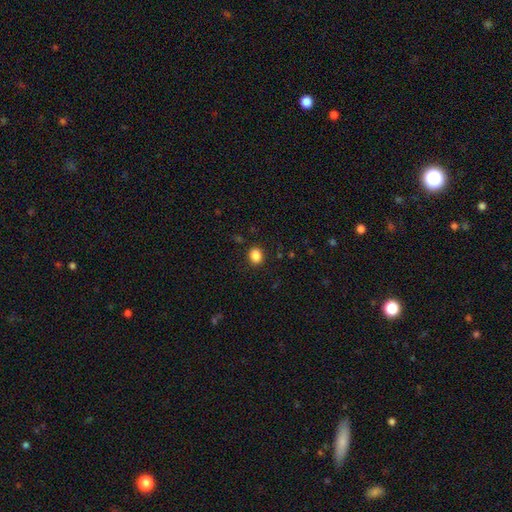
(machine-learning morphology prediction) Smooth or featured: smooth — 86% (star or artifact — 10%)
How rounded: round — 60% (in between — 39%)
Merging: none — 88% (minor disturbance — 8%)